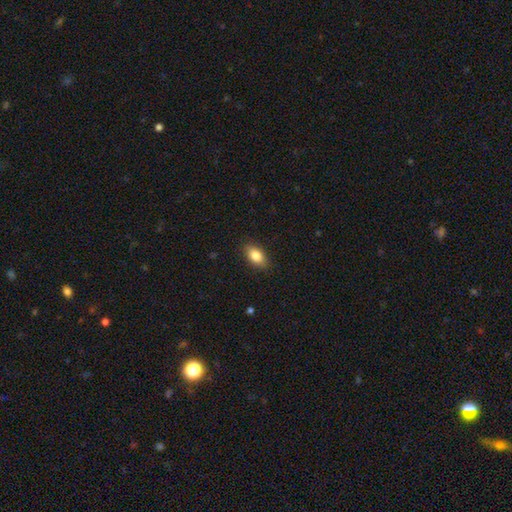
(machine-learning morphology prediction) A smooth galaxy with no disk features (83%) that is in between round and cigar-shaped (87%). Merging: none (87%).